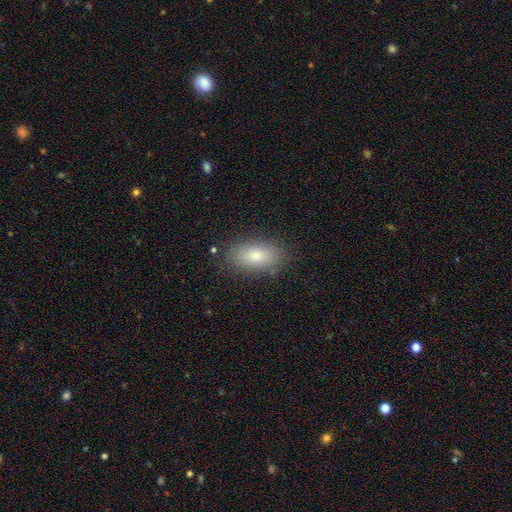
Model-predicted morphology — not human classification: smooth-or-featured: smooth: 81% | featured or disk: 11% | star or artifact: 8%
  how-rounded: in between: 90% | cigar-shaped: 5% | round: 5%
  merging: none: 83% | minor disturbance: 12% | major disturbance: 4% | merger: 2%